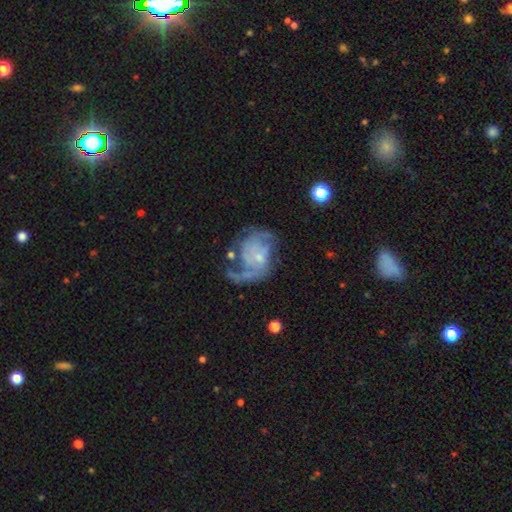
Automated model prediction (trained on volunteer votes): Smooth or featured? Predicted: featured or disk (p=0.83). Edge-on disk? Predicted: no (p=0.98). Bar? Predicted: no (p=0.71). Spiral arms? Predicted: yes (p=0.92). Spiral winding? Predicted: medium (p=0.44). Spiral arm count? Predicted: 2 (p=0.56). Bulge size? Predicted: small (p=0.69). Merging? Predicted: none (p=0.45).